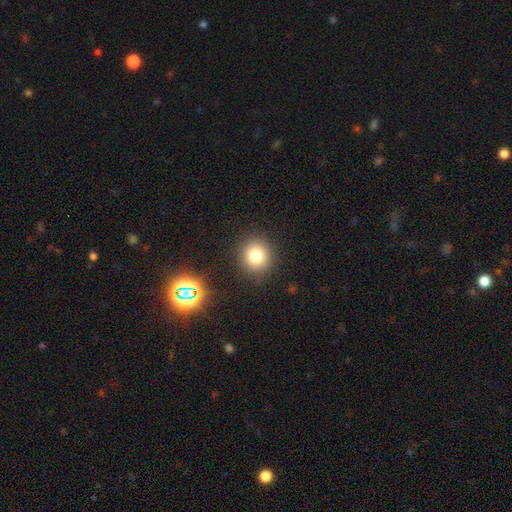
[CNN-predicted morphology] smooth-or-featured: smooth: 77% | star or artifact: 15% | featured or disk: 8%
  how-rounded: round: 88% | in between: 11% | cigar-shaped: 1%
  merging: none: 89% | minor disturbance: 7% | major disturbance: 3% | merger: 2%